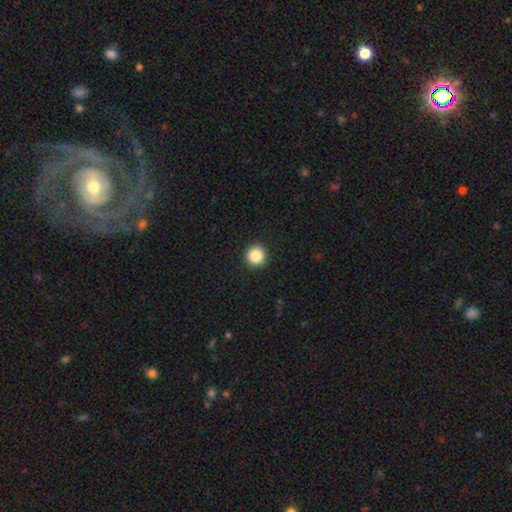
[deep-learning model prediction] Smooth or featured? Predicted: smooth (p=0.87). How rounded? Predicted: round (p=0.96). Merging? Predicted: none (p=0.93).